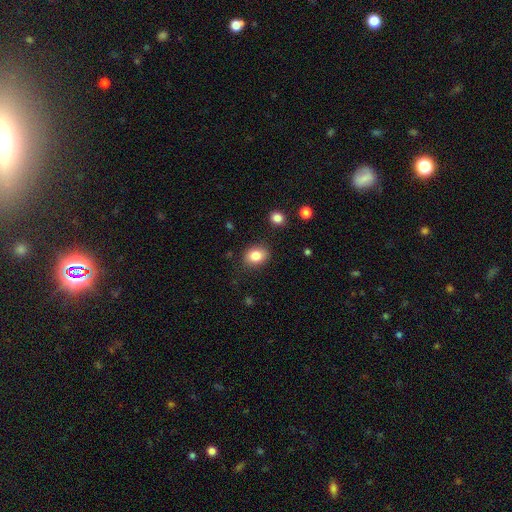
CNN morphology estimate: Smooth or featured?
  - smooth: 84% *
  - star or artifact: 9%
  - featured or disk: 7%
How rounded?
  - in between: 63% *
  - round: 36%
  - cigar-shaped: 1%
Merging?
  - none: 84% *
  - minor disturbance: 11%
  - major disturbance: 3%
  - merger: 2%